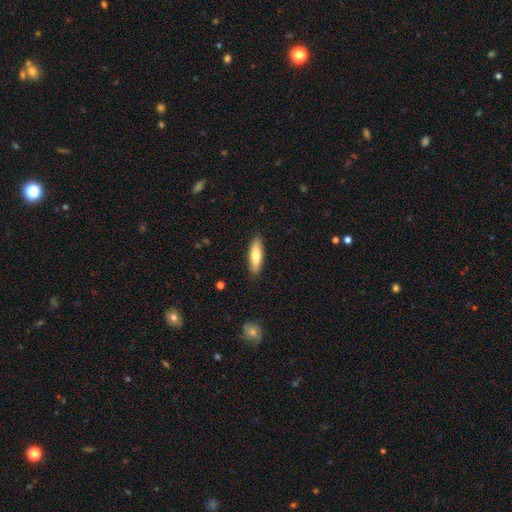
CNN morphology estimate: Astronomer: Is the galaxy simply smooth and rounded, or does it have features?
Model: smooth — 70%.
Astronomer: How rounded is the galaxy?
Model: in between — 50% (runner-up: cigar-shaped, 48%).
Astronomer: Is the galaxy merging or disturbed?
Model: none — 88%.